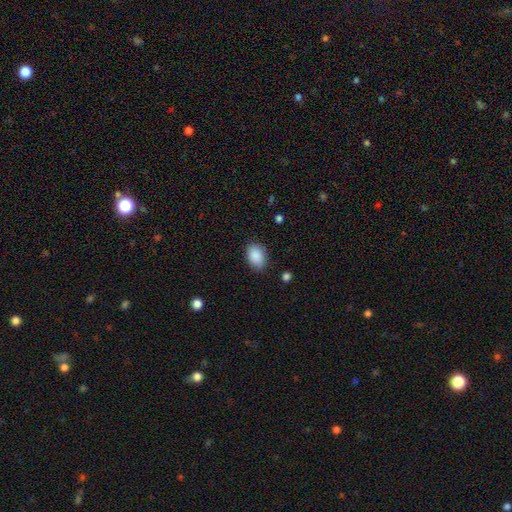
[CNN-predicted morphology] Smooth or featured: smooth — 89% (star or artifact — 7%)
How rounded: in between — 84% (round — 15%)
Merging: none — 82% (minor disturbance — 13%)